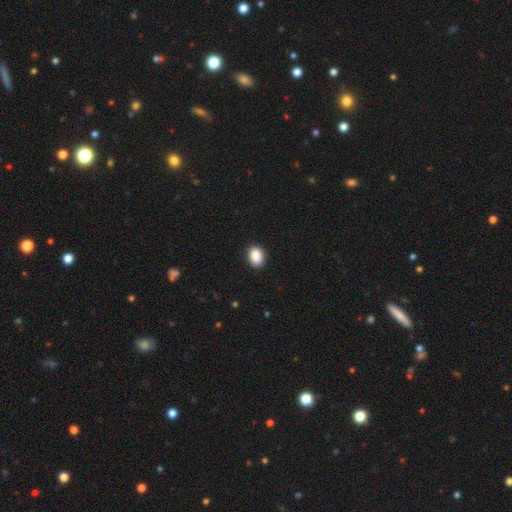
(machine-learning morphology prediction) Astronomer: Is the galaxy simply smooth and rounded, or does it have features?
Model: smooth — 89%.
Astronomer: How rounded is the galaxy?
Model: in between — 69%.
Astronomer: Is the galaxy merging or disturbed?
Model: none — 89%.